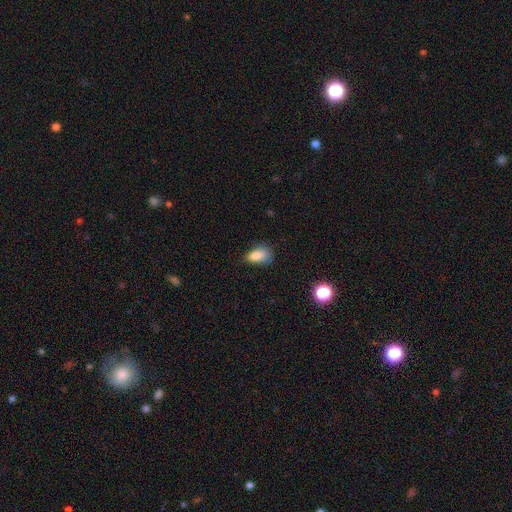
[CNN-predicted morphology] A smooth galaxy with no disk features (81%) that is in between round and cigar-shaped (86%). Merging: none (55%).